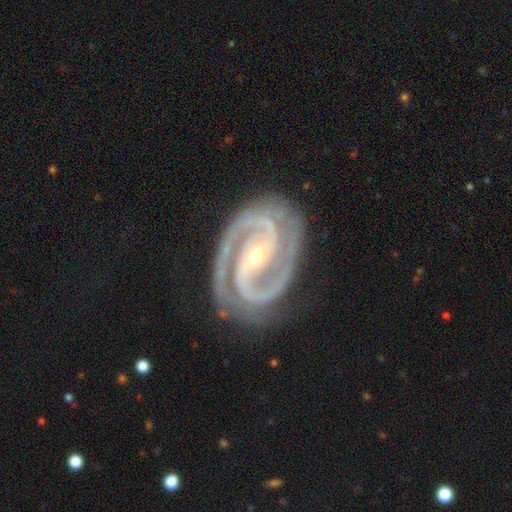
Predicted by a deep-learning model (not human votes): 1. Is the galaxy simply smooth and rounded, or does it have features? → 94% featured or disk, 4% star or artifact, 2% smooth.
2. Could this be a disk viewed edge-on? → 98% no, 2% yes.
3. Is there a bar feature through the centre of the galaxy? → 43% strong, 29% no, 27% weak.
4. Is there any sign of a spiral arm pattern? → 99% yes, 1% no.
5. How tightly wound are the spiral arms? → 50% tight, 45% medium, 5% loose.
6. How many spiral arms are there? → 90% 2, 4% 3, 2% can't tell, 1% 4, 1% 1, 1% more than 4.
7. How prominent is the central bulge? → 72% small, 25% moderate, 1% large, 1% none, 1% dominant.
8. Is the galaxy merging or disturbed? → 82% none, 12% minor disturbance, 4% major disturbance, 1% merger.